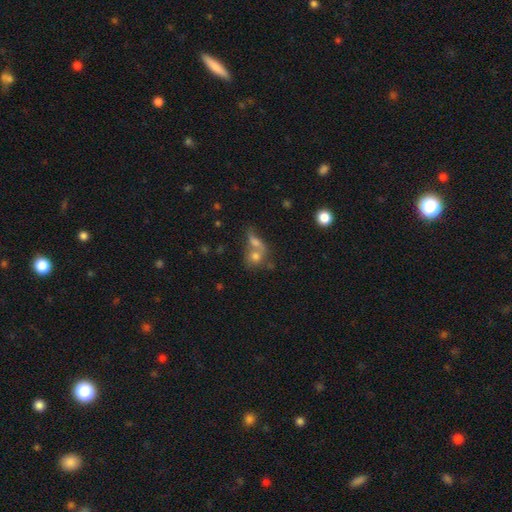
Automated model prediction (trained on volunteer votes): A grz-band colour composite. It shows a smooth galaxy with no disk features (68%) that is round (59%). Merging: merger (59%).